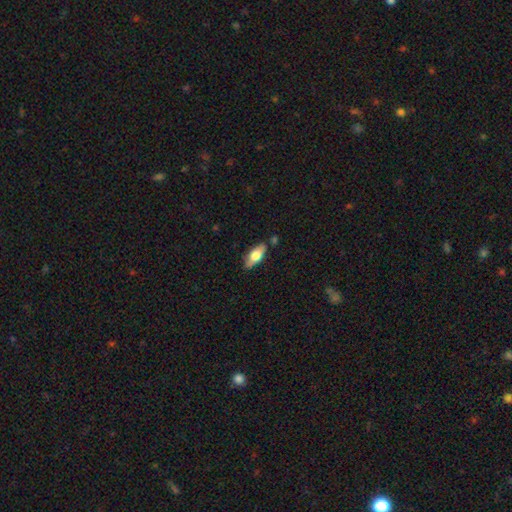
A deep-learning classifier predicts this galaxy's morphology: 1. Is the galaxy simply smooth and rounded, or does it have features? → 64% smooth, 29% featured or disk, 6% star or artifact.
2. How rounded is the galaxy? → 79% in between, 18% cigar-shaped, 3% round.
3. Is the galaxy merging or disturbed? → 75% none, 17% minor disturbance, 4% merger, 3% major disturbance.